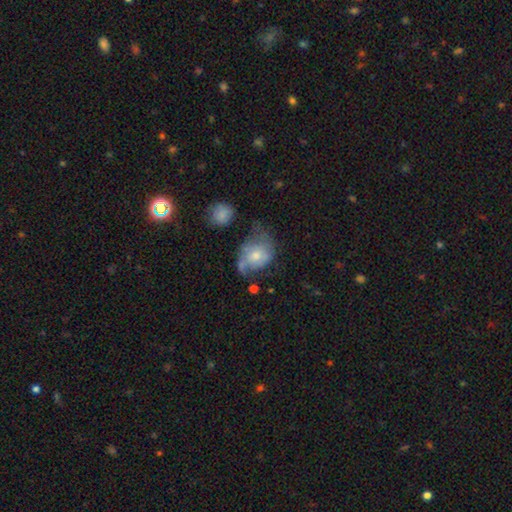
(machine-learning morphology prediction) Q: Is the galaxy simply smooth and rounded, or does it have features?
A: smooth — 48%.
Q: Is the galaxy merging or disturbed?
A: major disturbance — 36%.